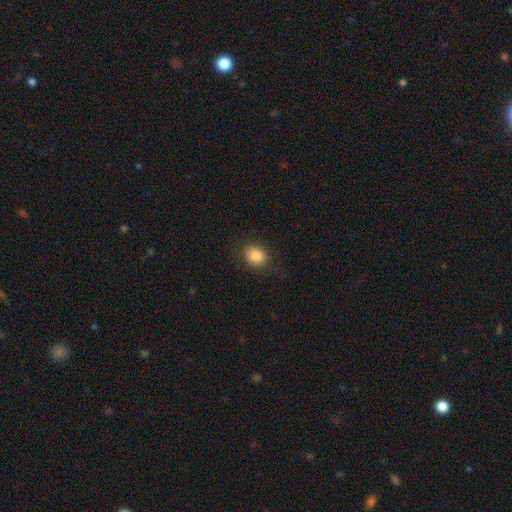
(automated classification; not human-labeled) Morphology: type=smooth (85%); roundness=round (61%); merging=none (86%).